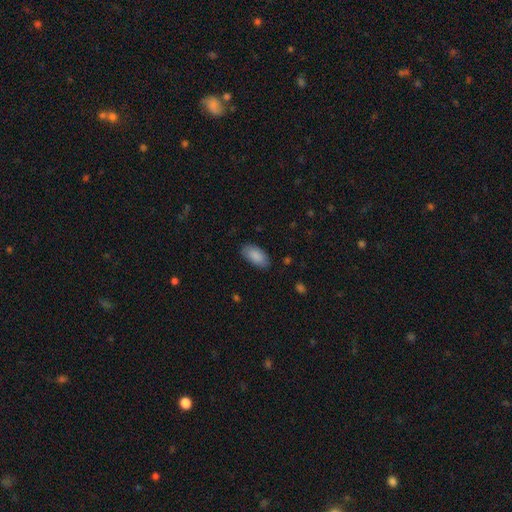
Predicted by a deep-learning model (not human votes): Overall: smooth (89%). How rounded: in between (94%). Merging: none (85%).